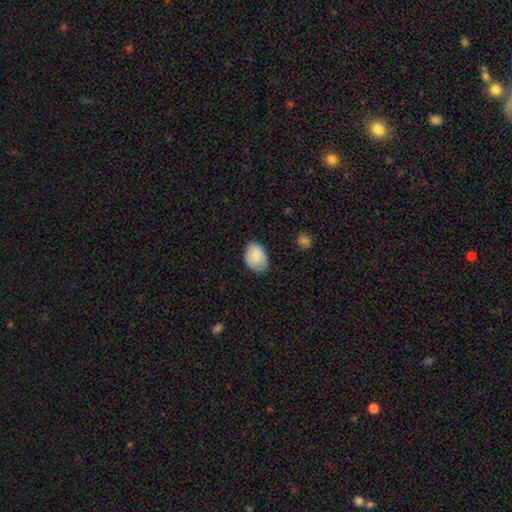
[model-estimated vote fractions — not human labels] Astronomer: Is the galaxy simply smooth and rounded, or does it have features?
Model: smooth — 80%.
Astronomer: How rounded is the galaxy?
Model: in between — 80%.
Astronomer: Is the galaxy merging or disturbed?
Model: none — 69%.